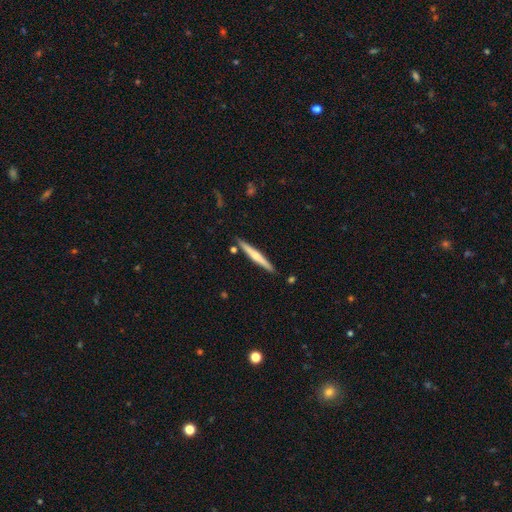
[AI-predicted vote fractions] Q: Smooth or featured?
A: featured or disk (52%); runner-up: smooth (42%)
Q: Edge-on disk?
A: yes (97%); runner-up: no (3%)
Q: Edge-on bulge?
A: rounded (66%); runner-up: none (27%)
Q: Merging?
A: none (88%); runner-up: minor disturbance (8%)